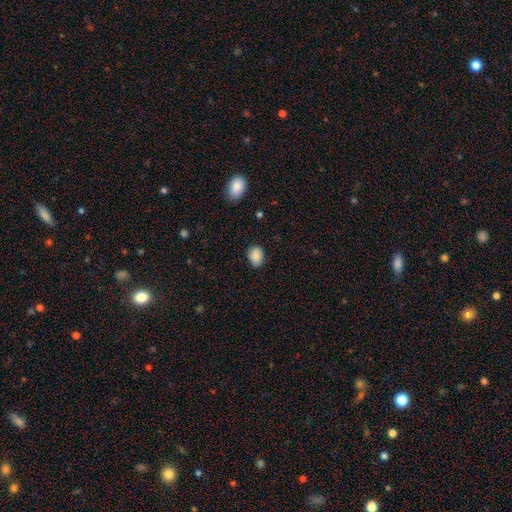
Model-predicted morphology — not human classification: A smooth galaxy with no disk features (87%) that is in between round and cigar-shaped (64%). Merging: none (78%).